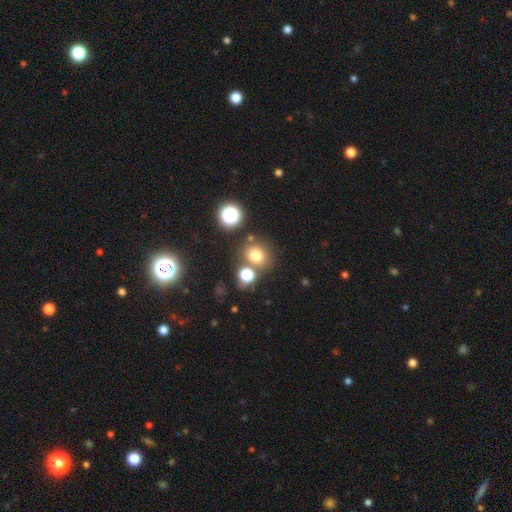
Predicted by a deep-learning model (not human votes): smooth 71%, star or artifact 20%, featured or disk 9%. Down the decision tree: how rounded — round (82%); merging — none (71%).